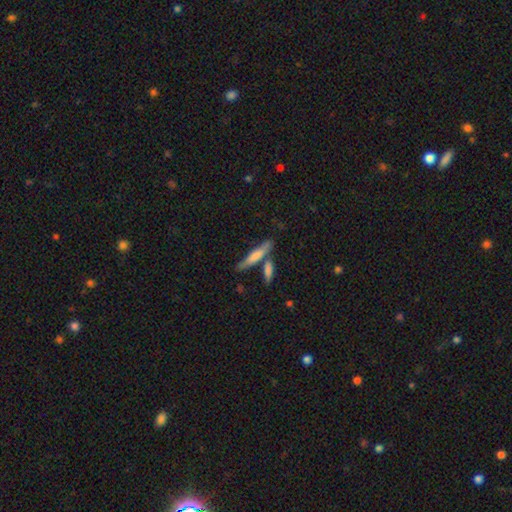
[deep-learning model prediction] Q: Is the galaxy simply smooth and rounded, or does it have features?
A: smooth — 68%.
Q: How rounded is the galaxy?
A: cigar-shaped — 85%.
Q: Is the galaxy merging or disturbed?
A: none — 64%.